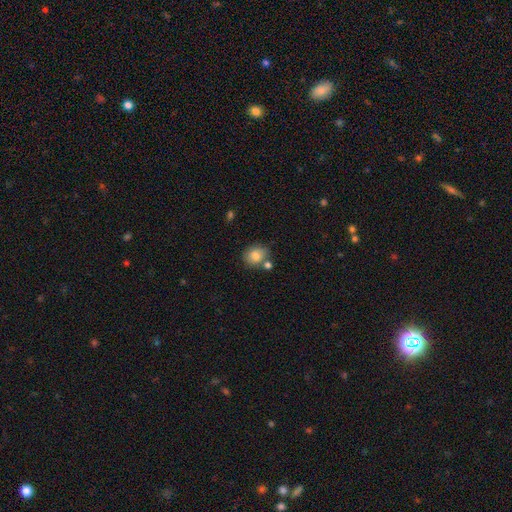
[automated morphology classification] This is clearly a smooth galaxy (82%). How rounded: likely round (64%). Merging: likely none (67%).